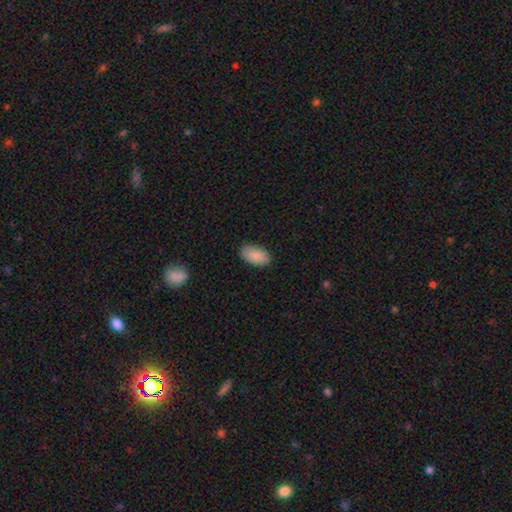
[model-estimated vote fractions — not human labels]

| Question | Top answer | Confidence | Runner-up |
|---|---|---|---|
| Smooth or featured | smooth | 87% | featured or disk (7%) |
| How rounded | in between | 94% | round (4%) |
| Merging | none | 86% | minor disturbance (11%) |